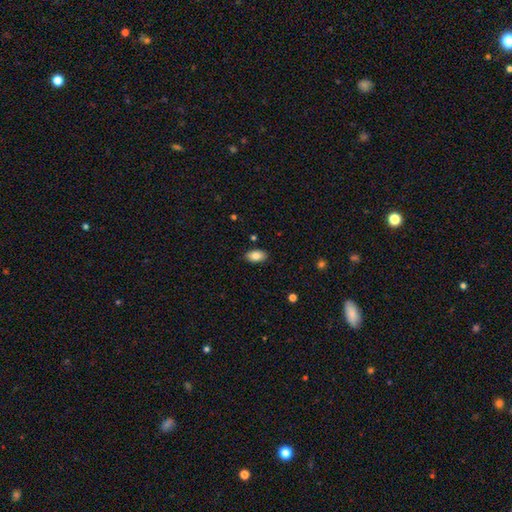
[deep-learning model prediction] Smooth or featured: smooth — 86% (star or artifact — 7%)
How rounded: in between — 93% (round — 5%)
Merging: none — 87% (minor disturbance — 9%)